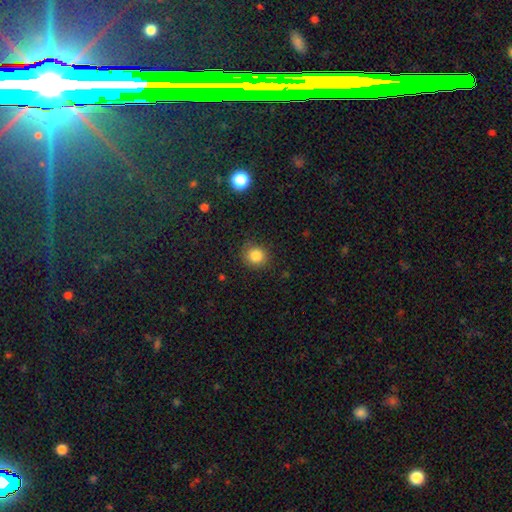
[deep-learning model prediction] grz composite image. It shows a smooth galaxy with no disk features (84%) that is round (86%). Merging: none (86%).